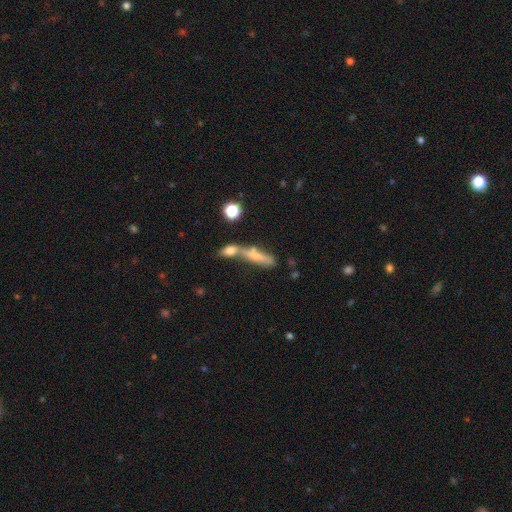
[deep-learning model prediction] A smooth galaxy with no disk features (58%) that is cigar-shaped (66%).

Vote fractions:
- Smooth or featured? smooth: 58% / featured or disk: 32% / star or artifact: 10%
- How rounded? cigar-shaped: 66% / in between: 30% / round: 4%
- Merging? merger: 49% / none: 33% / minor disturbance: 12% / major disturbance: 7%